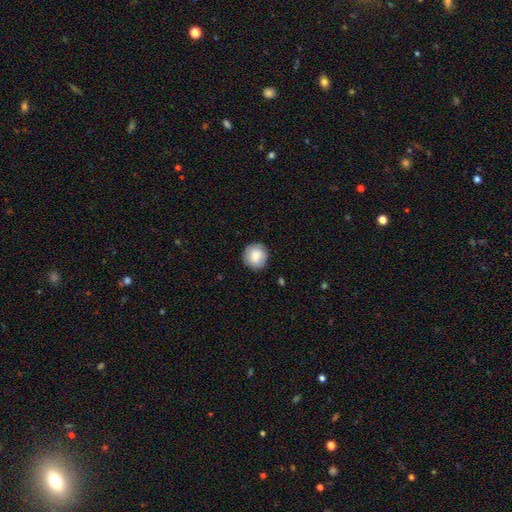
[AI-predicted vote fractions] Smooth or featured? smooth (83%)
How rounded? round (91%)
Merging? none (86%)